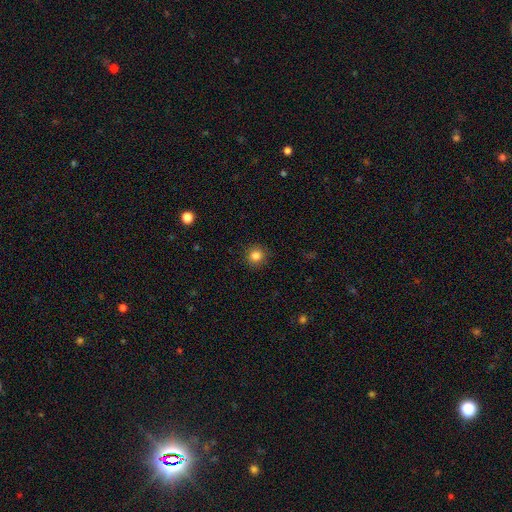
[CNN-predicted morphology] Q: Smooth or featured?
A: smooth (84%); runner-up: star or artifact (11%)
Q: How rounded?
A: round (92%); runner-up: in between (7%)
Q: Merging?
A: none (90%); runner-up: minor disturbance (7%)